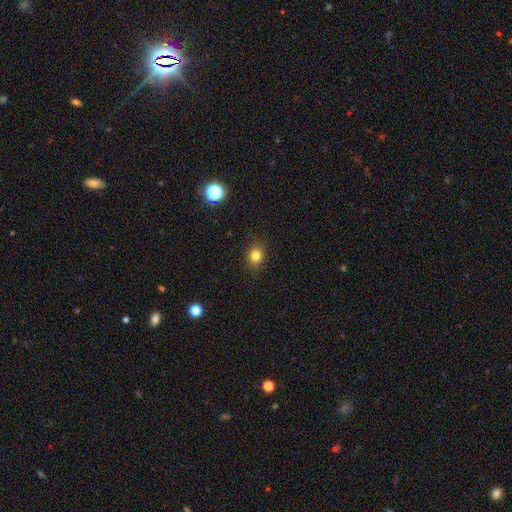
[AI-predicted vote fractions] Morphology: type=smooth (81%); roundness=round (64%); merging=none (88%).